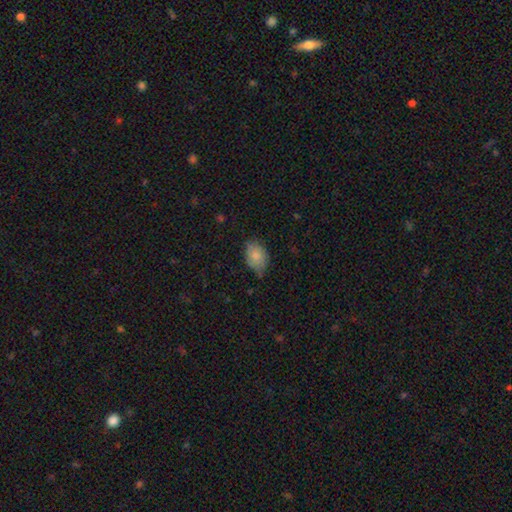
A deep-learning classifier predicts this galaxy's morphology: Q: Smooth or featured?
A: smooth (79%); runner-up: featured or disk (13%)
Q: How rounded?
A: in between (78%); runner-up: round (21%)
Q: Merging?
A: none (57%); runner-up: minor disturbance (35%)